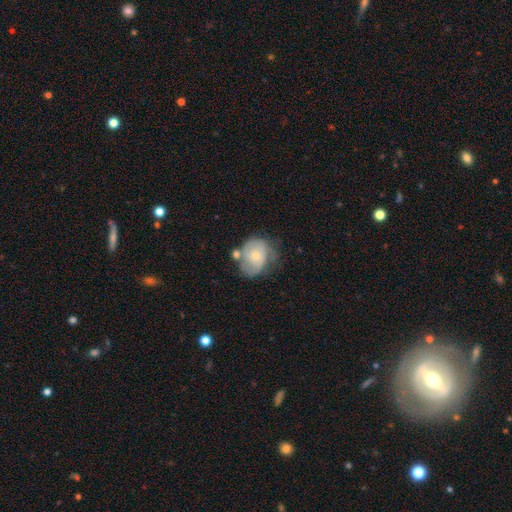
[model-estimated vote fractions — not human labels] Q: Smooth or featured?
A: featured or disk (49%); runner-up: smooth (43%)
Q: Merging?
A: none (40%); runner-up: minor disturbance (28%)